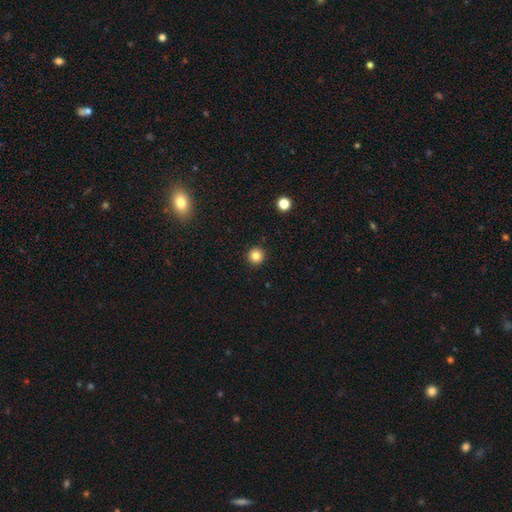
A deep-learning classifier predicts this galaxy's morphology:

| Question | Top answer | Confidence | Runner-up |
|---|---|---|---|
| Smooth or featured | smooth | 84% | star or artifact (12%) |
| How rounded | round | 96% | in between (3%) |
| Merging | none | 93% | minor disturbance (4%) |